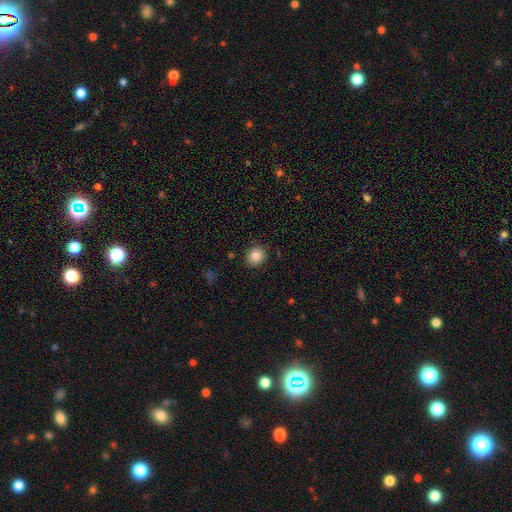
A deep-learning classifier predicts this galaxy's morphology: A smooth galaxy with no disk features (85%) that is round (81%).

Vote fractions:
- Smooth or featured? smooth: 85% / star or artifact: 10% / featured or disk: 6%
- How rounded? round: 81% / in between: 18% / cigar-shaped: 1%
- Merging? none: 88% / minor disturbance: 8% / major disturbance: 2% / merger: 1%